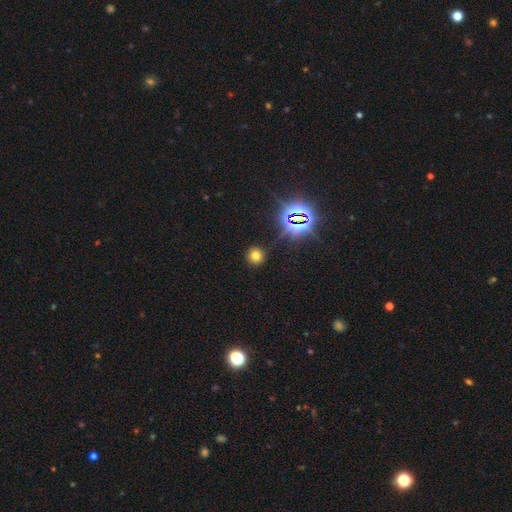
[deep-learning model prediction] Smooth or featured?
  - smooth: 67% *
  - star or artifact: 25%
  - featured or disk: 8%
How rounded?
  - round: 92% *
  - in between: 7%
  - cigar-shaped: 1%
Merging?
  - none: 88% *
  - minor disturbance: 7%
  - major disturbance: 3%
  - merger: 2%